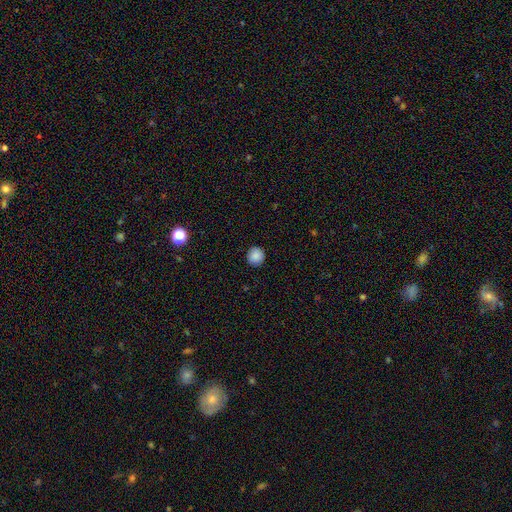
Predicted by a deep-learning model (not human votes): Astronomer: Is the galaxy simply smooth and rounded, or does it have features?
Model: smooth — 88%.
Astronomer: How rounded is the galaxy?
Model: round — 92%.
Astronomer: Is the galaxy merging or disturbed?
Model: none — 91%.